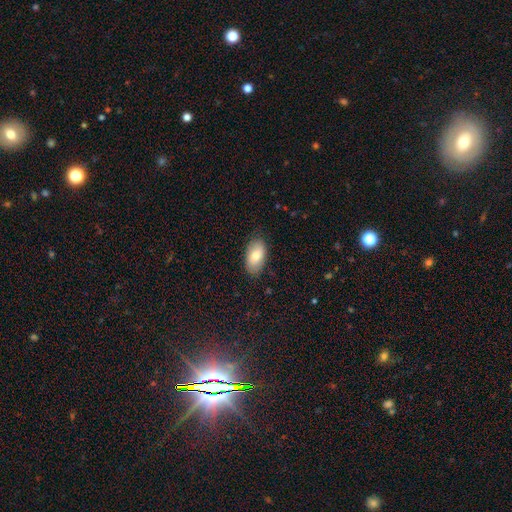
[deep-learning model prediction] Smooth or featured: smooth — 78% (featured or disk — 16%)
How rounded: in between — 94% (round — 4%)
Merging: none — 83% (minor disturbance — 13%)